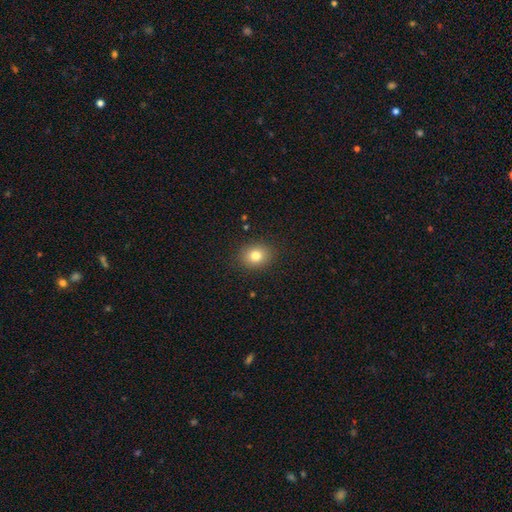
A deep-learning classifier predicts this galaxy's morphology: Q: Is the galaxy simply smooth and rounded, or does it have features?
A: smooth — 81%.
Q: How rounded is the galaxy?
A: round — 59%.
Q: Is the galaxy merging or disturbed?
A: none — 89%.